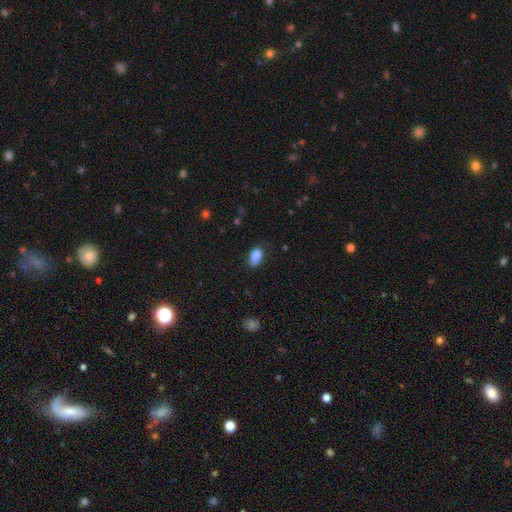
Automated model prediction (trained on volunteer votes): smooth_or_featured: smooth (p=0.86) [alt: star or artifact p=0.08]
how_rounded: in between (p=0.89) [alt: round p=0.07]
merging: none (p=0.69) [alt: minor disturbance p=0.24]